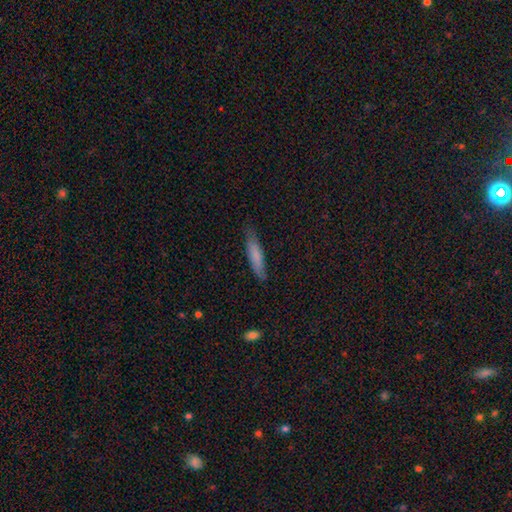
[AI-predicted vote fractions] smooth_or_featured: smooth (p=0.74) [alt: featured or disk p=0.20]
how_rounded: cigar-shaped (p=0.84) [alt: in between p=0.14]
merging: none (p=0.79) [alt: minor disturbance p=0.17]